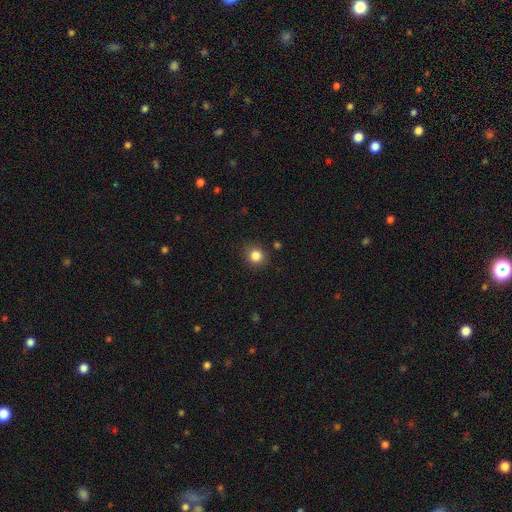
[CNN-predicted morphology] smooth-or-featured: smooth: 84% | star or artifact: 11% | featured or disk: 4%
  how-rounded: round: 87% | in between: 12% | cigar-shaped: 1%
  merging: none: 88% | minor disturbance: 8% | major disturbance: 2% | merger: 2%